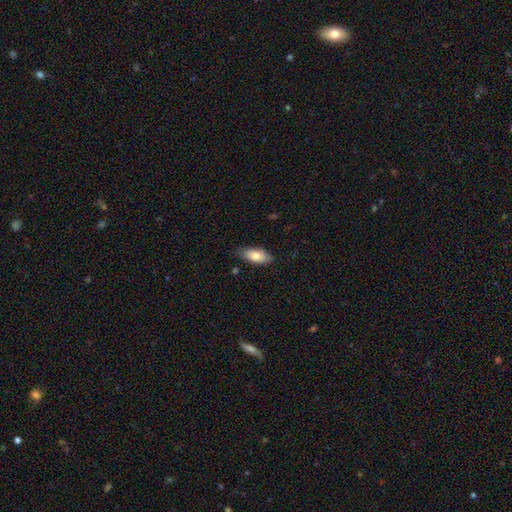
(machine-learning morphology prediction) Smooth or featured? smooth (78%)
How rounded? in between (85%)
Merging? none (82%)